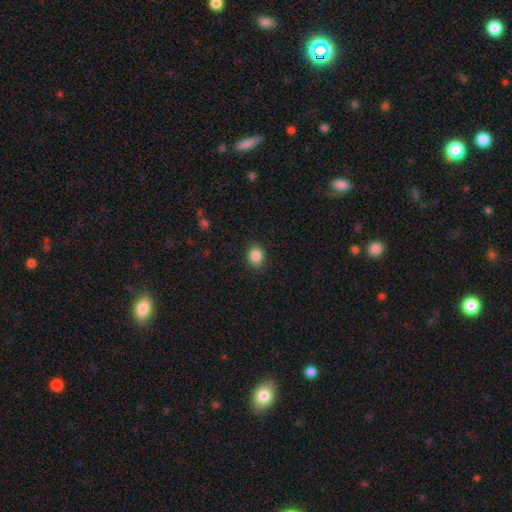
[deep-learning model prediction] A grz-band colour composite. It shows a smooth galaxy with no disk features (87%) that is in between round and cigar-shaped (52%). Merging: none (89%).